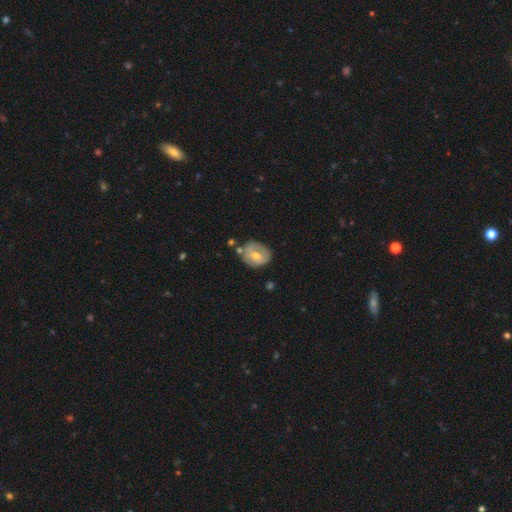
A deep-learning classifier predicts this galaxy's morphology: Smooth or featured? smooth (50%)
How rounded? round (62%)
Merging? none (61%)